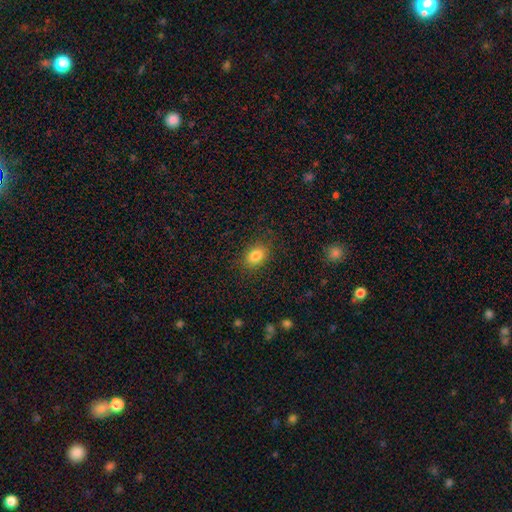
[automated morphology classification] type=smooth (83%); roundness=in between (79%); merging=none (85%).